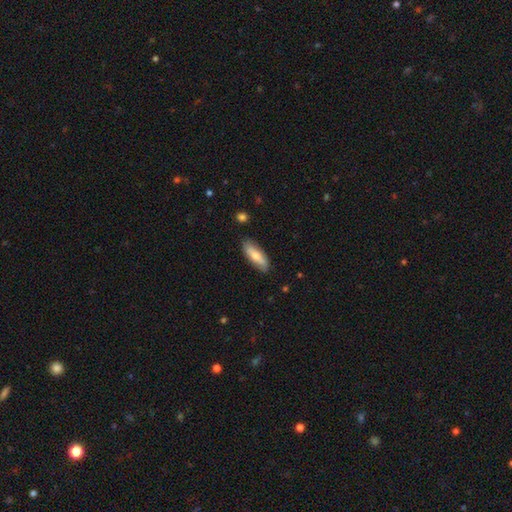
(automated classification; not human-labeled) smooth 70%, featured or disk 24%, star or artifact 6%. Down the decision tree: how rounded — in between (58%); merging — none (81%).